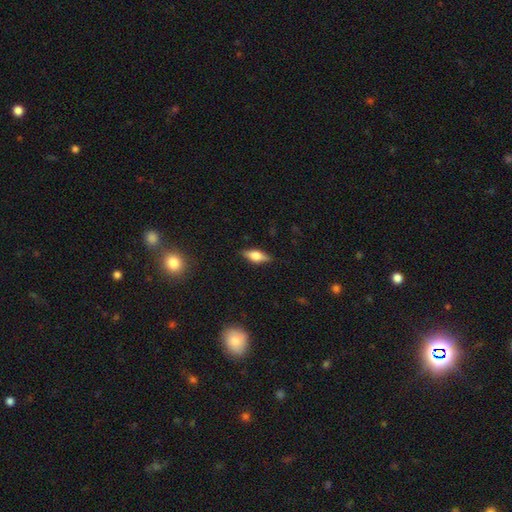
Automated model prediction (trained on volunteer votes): Smooth or featured? Predicted: smooth (p=0.49). Merging? Predicted: none (p=0.86).